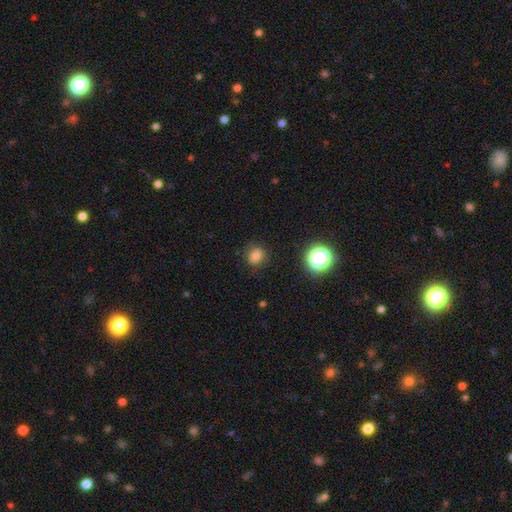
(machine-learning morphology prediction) Smooth or featured: smooth — 74% (star or artifact — 16%)
How rounded: round — 64% (in between — 35%)
Merging: none — 78% (minor disturbance — 15%)